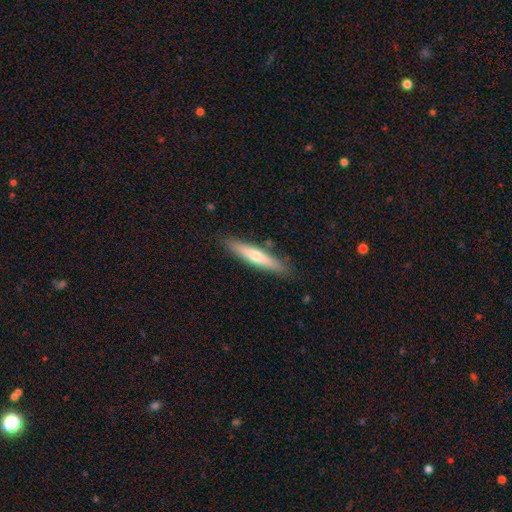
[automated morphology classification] The model was most divided on "smooth or featured": smooth: 56%, featured or disk: 39%, star or artifact: 6%. More confident: how rounded — cigar-shaped (89%); merging — none (86%).